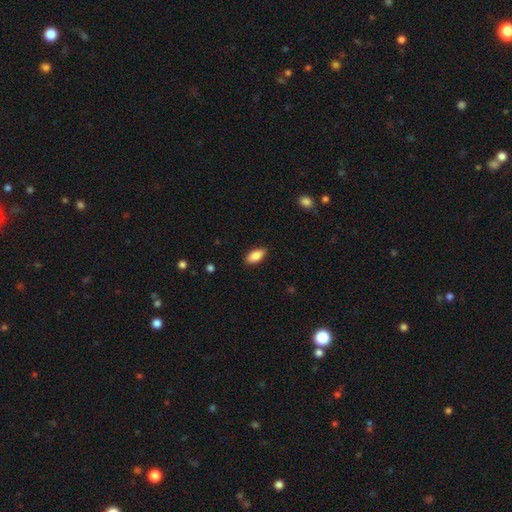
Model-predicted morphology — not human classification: This is clearly a smooth galaxy (86%). How rounded: clearly in between (90%). Merging: clearly none (86%).